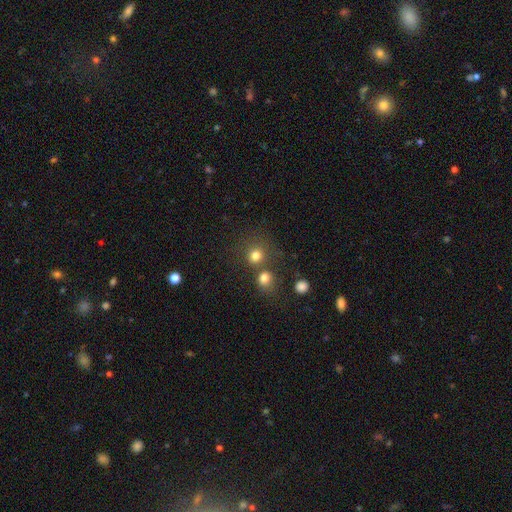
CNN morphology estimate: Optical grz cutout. It shows a smooth galaxy with no disk features (78%) that is round (84%). Merging: none (59%).